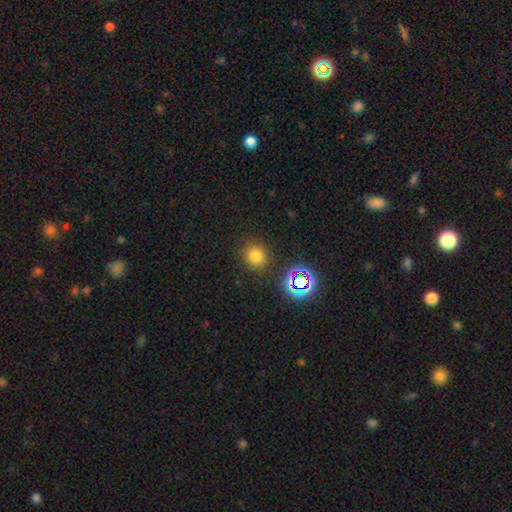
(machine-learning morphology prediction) This is likely a smooth galaxy (73%). How rounded: clearly round (85%). Merging: clearly none (86%).